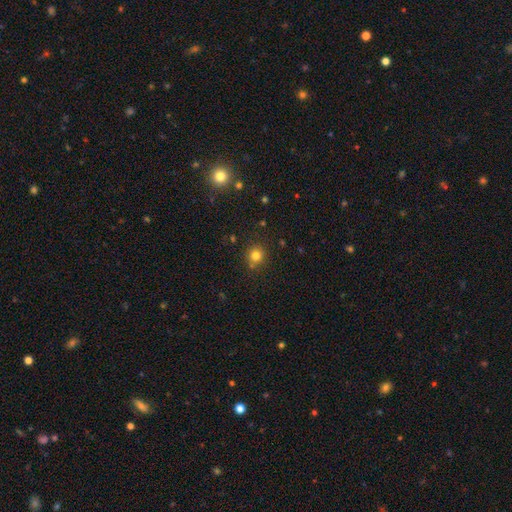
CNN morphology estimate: type=smooth (79%); roundness=round (90%); merging=none (82%).